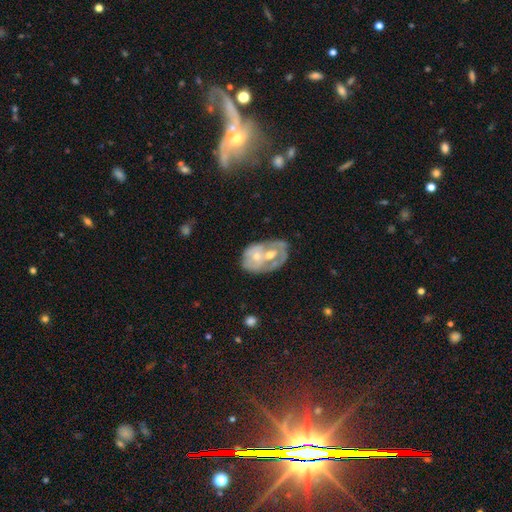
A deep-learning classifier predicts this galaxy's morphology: A featured or disk galaxy (59%) with no bar (82%), no spiral arms (63%) and a moderate central bulge (60%).

Vote fractions:
- Smooth or featured? featured or disk: 59% / smooth: 35% / star or artifact: 6%
- Edge-on disk? no: 97% / yes: 3%
- Bar? no: 82% / weak: 15% / strong: 4%
- Spiral arms? no: 63% / yes: 37%
- Bulge size? moderate: 60% / small: 32% / large: 4% / none: 3% / dominant: 1%
- Merging? merger: 69% / none: 15% / minor disturbance: 9% / major disturbance: 7%